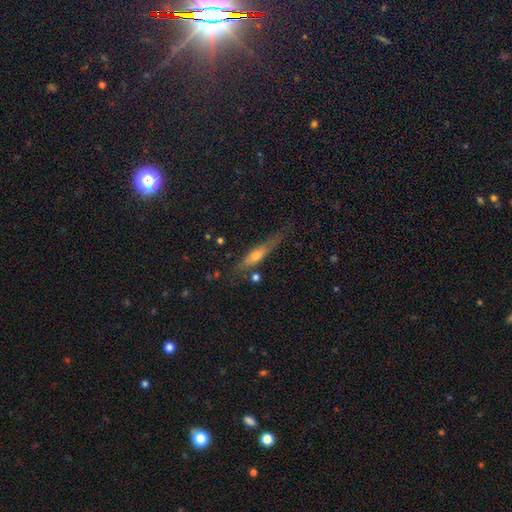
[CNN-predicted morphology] Smooth or featured? featured or disk (48%)
Merging? none (69%)